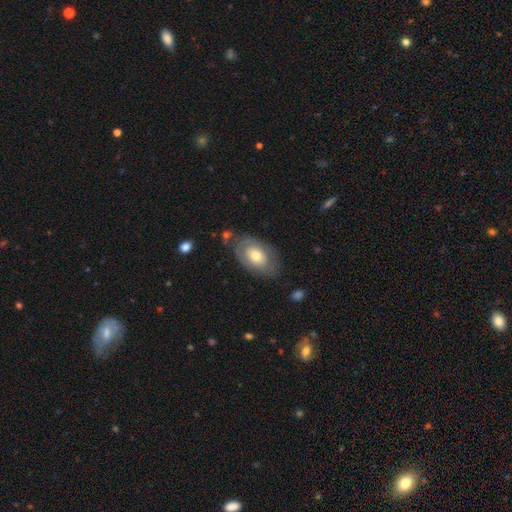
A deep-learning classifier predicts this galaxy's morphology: This appears to be a smooth galaxy with no disk features (51%) that is in between round and cigar-shaped (89%). Merging: none (70%).